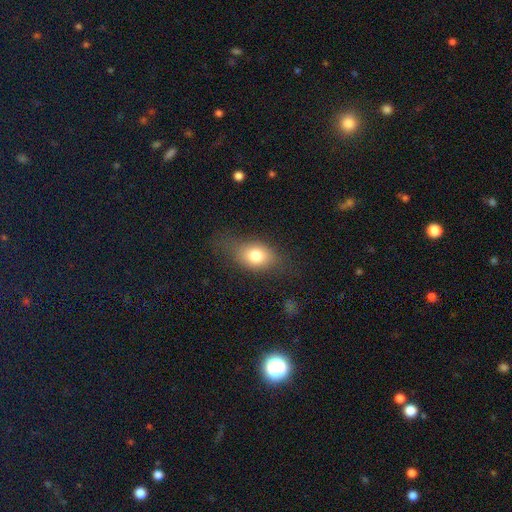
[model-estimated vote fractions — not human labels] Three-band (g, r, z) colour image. It shows a smooth galaxy with no disk features (75%) that is in between round and cigar-shaped (74%). Merging: none (64%).